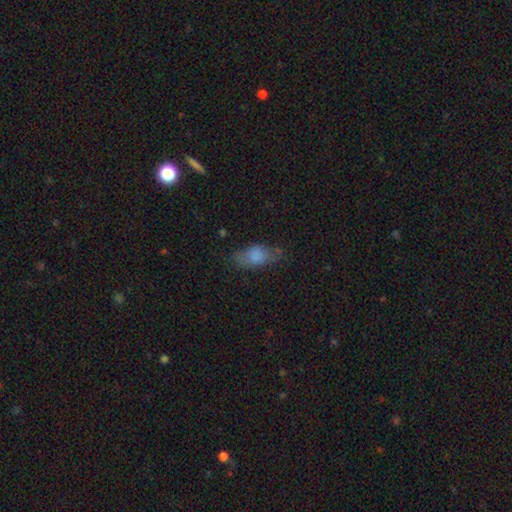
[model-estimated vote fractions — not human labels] Smooth or featured?
  - smooth: 75% *
  - featured or disk: 16%
  - star or artifact: 10%
How rounded?
  - in between: 86% *
  - cigar-shaped: 8%
  - round: 6%
Merging?
  - none: 59% *
  - minor disturbance: 26%
  - major disturbance: 12%
  - merger: 2%